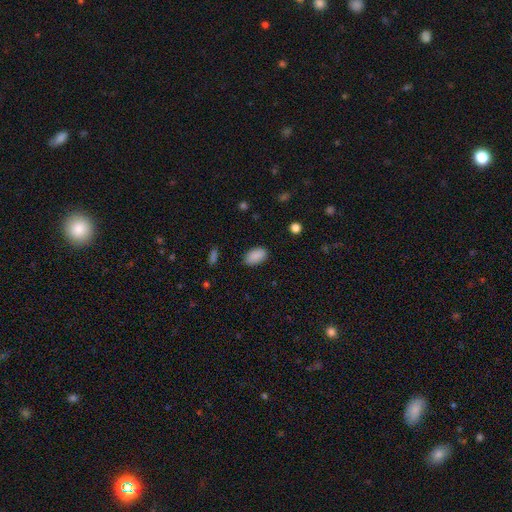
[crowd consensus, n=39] Smooth or featured? 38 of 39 (97%) said smooth. How rounded? 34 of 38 (89%) said in between. Merging? 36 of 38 (95%) said none.